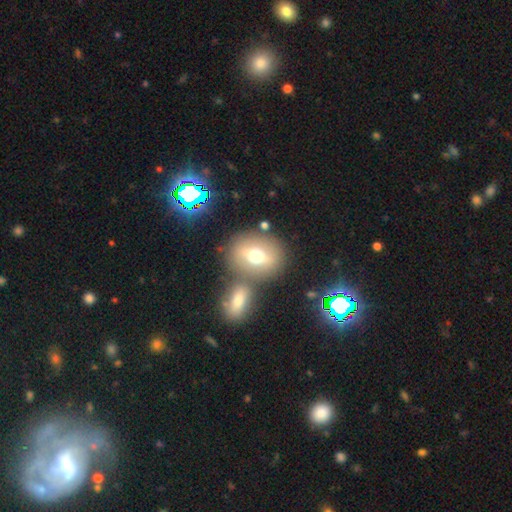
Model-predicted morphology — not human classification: Overall: smooth (59%; featured or disk 30%). How rounded: in between (52%; round 46%). Merging: none (62%; merger 23%).